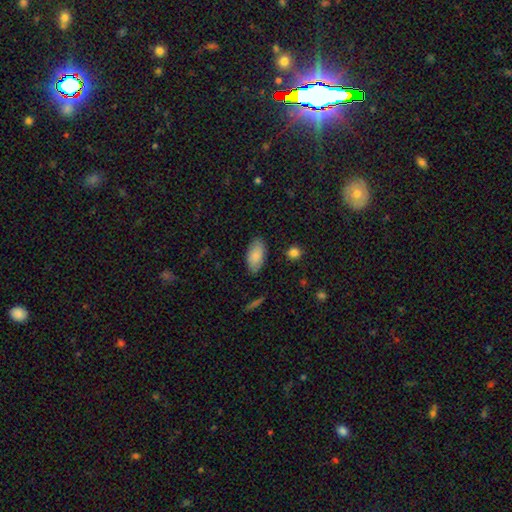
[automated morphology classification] type=smooth (86%); roundness=in between (93%); merging=none (83%).